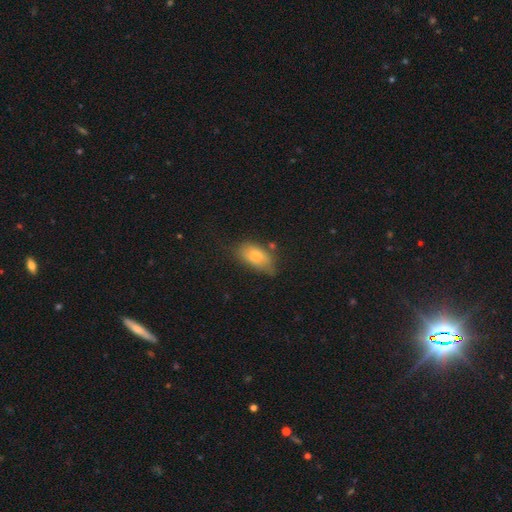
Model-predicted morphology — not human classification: Smooth or featured: smooth — 77% (featured or disk — 15%)
How rounded: in between — 90% (round — 5%)
Merging: none — 55% (minor disturbance — 31%)